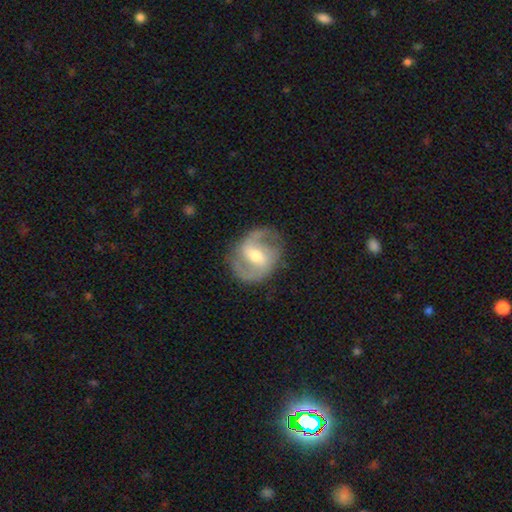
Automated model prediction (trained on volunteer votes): Smooth or featured?
  - featured or disk: 85% *
  - smooth: 10%
  - star or artifact: 5%
Edge-on disk?
  - no: 97% *
  - yes: 3%
Bar?
  - weak: 50% *
  - strong: 30%
  - no: 20%
Spiral arms?
  - yes: 94% *
  - no: 6%
Spiral winding?
  - medium: 53% *
  - loose: 29%
  - tight: 18%
Spiral arm count?
  - 2: 90% *
  - can't tell: 4%
  - 1: 3%
  - 3: 2%
  - 4: 1%
  - more than 4: 1%
Bulge size?
  - moderate: 67% *
  - small: 25%
  - large: 6%
  - none: 1%
  - dominant: 1%
Merging?
  - none: 78% *
  - minor disturbance: 14%
  - major disturbance: 6%
  - merger: 1%